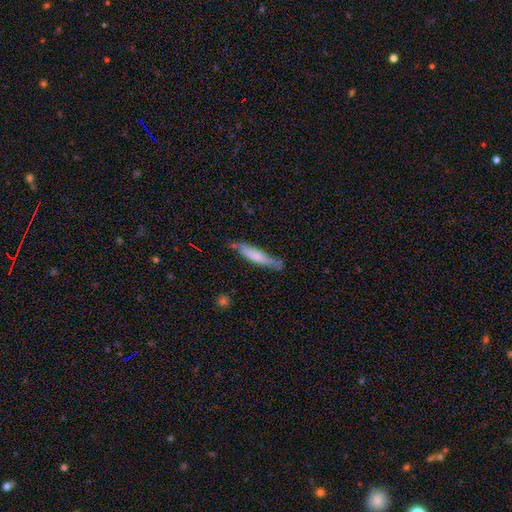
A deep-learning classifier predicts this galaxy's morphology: The model was most divided on "smooth or featured": smooth: 62%, featured or disk: 33%, star or artifact: 6%. More confident: how rounded — cigar-shaped (87%); merging — none (67%).